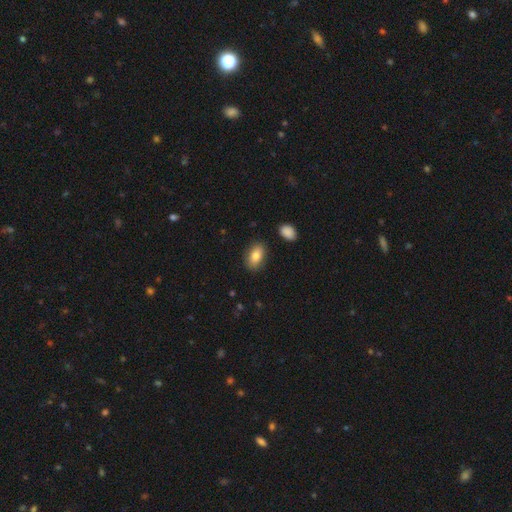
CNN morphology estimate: Smooth or featured? smooth (82%)
How rounded? in between (91%)
Merging? none (85%)